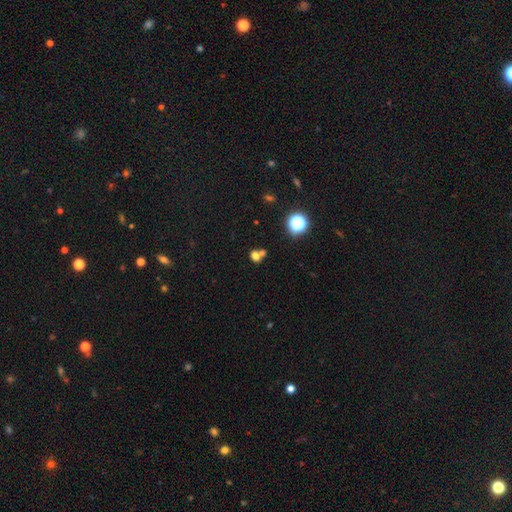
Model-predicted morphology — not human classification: type=smooth (69%); roundness=round (64%); merging=merger (44%, tied with none).